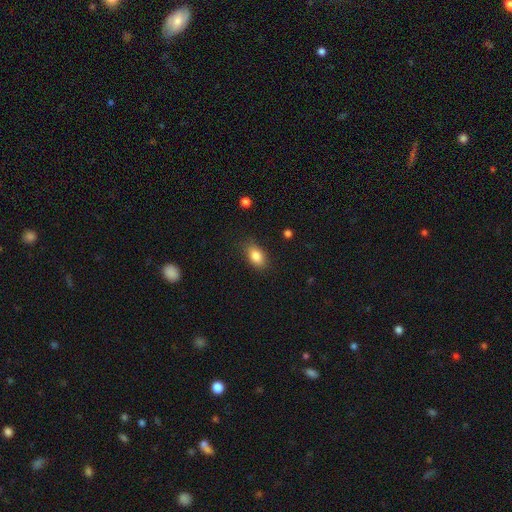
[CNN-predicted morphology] type=smooth (84%); roundness=in between (87%); merging=none (83%).